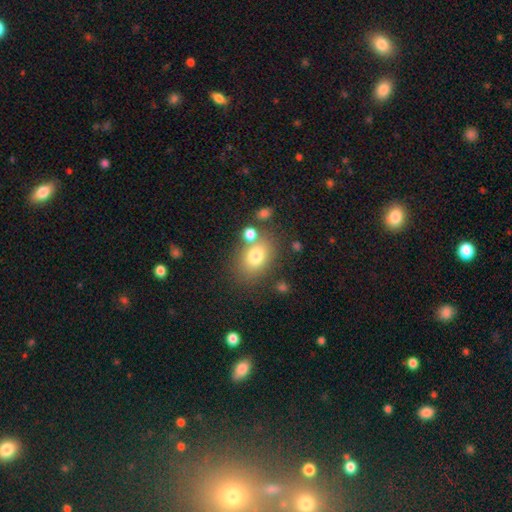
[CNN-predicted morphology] smooth 76%, featured or disk 13%, star or artifact 12%. Down the decision tree: how rounded — in between (67%); merging — none (64%).